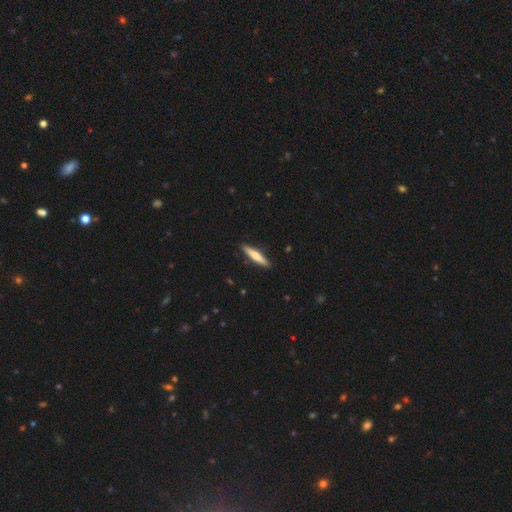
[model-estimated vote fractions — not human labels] smooth_or_featured: smooth (p=0.50) [alt: featured or disk p=0.45]
how_rounded: cigar-shaped (p=0.87) [alt: in between p=0.12]
merging: none (p=0.90) [alt: minor disturbance p=0.07]